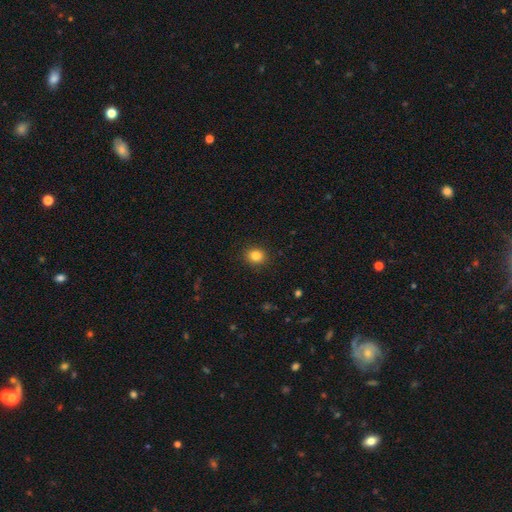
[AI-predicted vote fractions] Smooth or featured: smooth — 83% (star or artifact — 11%)
How rounded: round — 78% (in between — 21%)
Merging: none — 91% (minor disturbance — 6%)